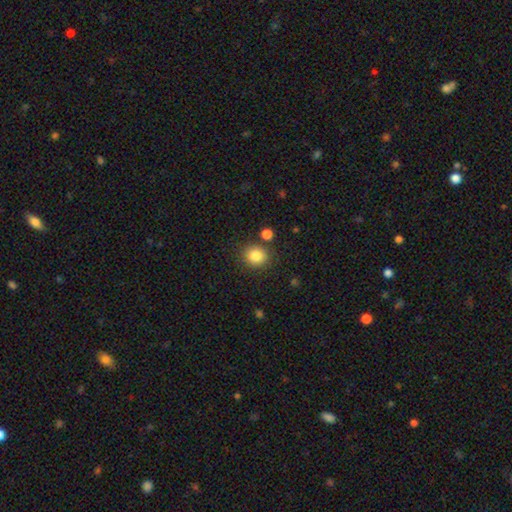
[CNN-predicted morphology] A smooth galaxy with no disk features (84%) that is round (83%). Merging: none (84%).